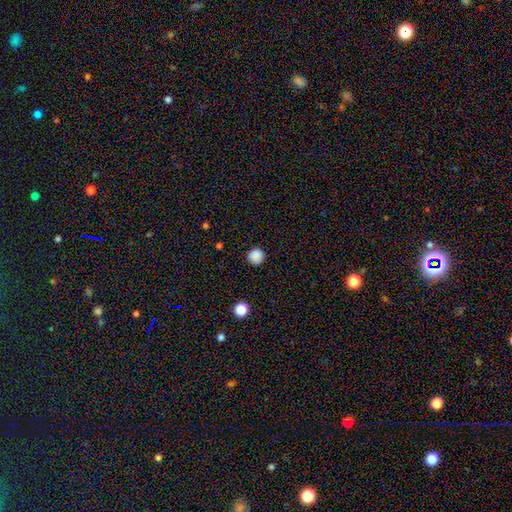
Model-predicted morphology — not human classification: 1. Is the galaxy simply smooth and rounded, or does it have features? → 87% smooth, 10% star or artifact, 3% featured or disk.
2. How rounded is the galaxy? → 94% round, 5% in between, 1% cigar-shaped.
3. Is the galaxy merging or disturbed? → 90% none, 7% minor disturbance, 2% major disturbance, 1% merger.